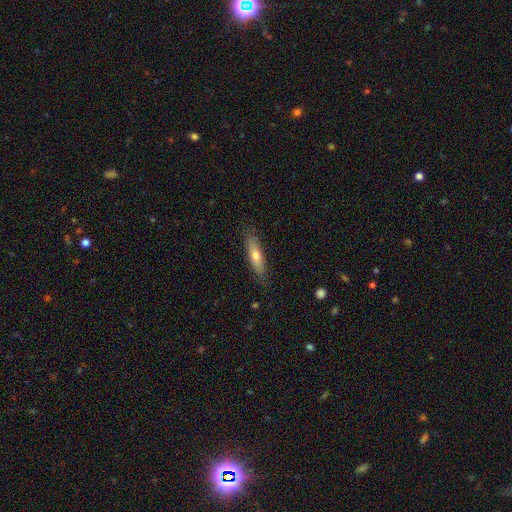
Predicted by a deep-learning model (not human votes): Smooth or featured? smooth (59%)
How rounded? cigar-shaped (72%)
Merging? none (84%)